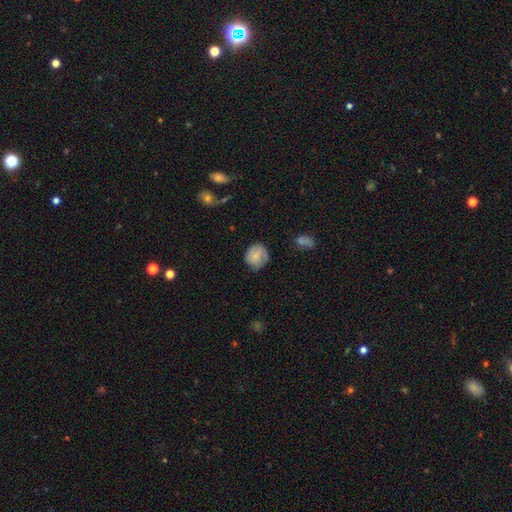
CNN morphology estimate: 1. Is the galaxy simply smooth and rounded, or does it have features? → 71% smooth, 22% featured or disk, 8% star or artifact.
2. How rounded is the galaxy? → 79% round, 19% in between, 1% cigar-shaped.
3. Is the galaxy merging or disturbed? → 69% none, 23% minor disturbance, 6% major disturbance, 2% merger.